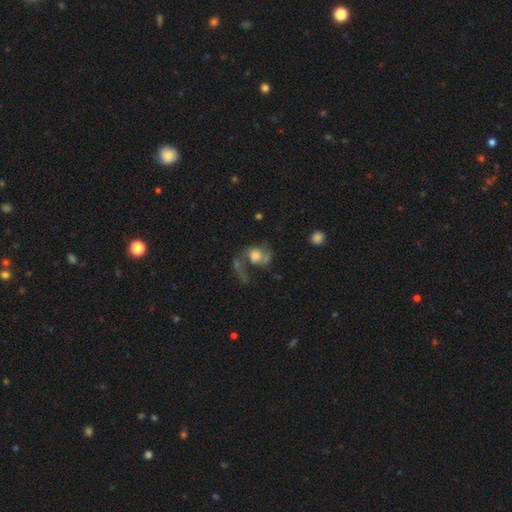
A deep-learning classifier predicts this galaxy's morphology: smooth 53%, featured or disk 36%, star or artifact 11%. Down the decision tree: how rounded — round (62%); merging — major disturbance (30%).